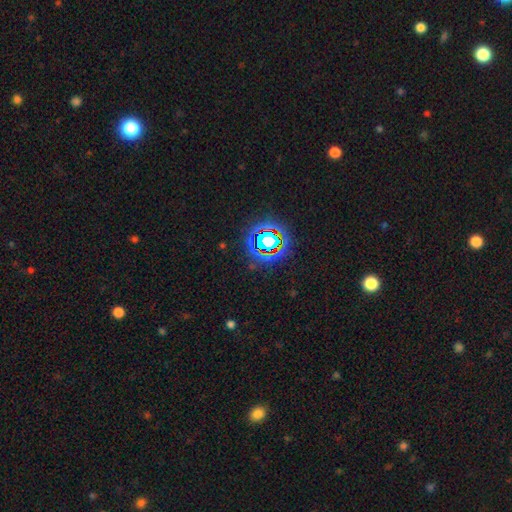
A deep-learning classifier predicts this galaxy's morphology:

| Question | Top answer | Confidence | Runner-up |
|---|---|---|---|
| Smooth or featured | star or artifact | 74% | smooth (17%) |